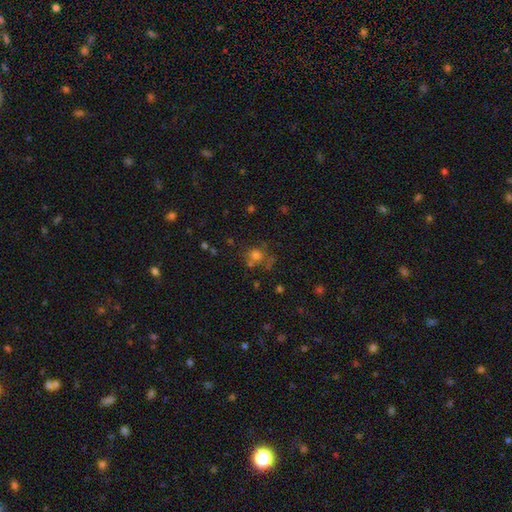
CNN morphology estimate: smooth-or-featured: smooth: 69% | star or artifact: 20% | featured or disk: 11%
  how-rounded: round: 84% | in between: 15% | cigar-shaped: 1%
  merging: none: 57% | merger: 20% | minor disturbance: 15% | major disturbance: 9%